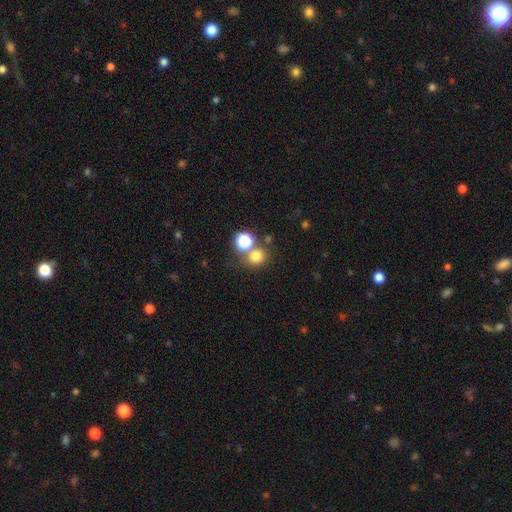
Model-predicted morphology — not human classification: Overall: smooth (74%). How rounded: round (83%). Merging: none (65%).